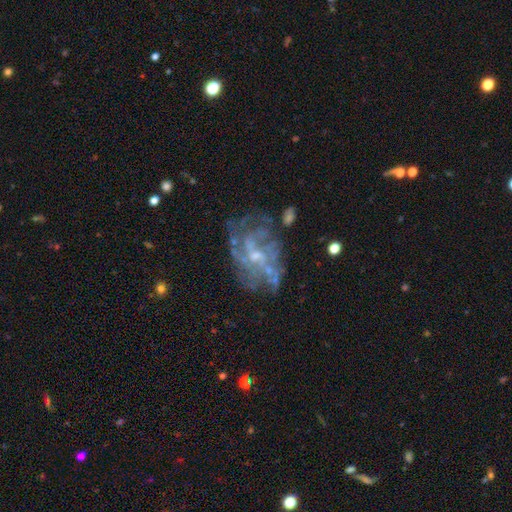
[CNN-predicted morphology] This appears to be a featured or disk galaxy (78%) with no bar (63%), spiral arms (63%) and a small central bulge (63%). Merging: none (54%).